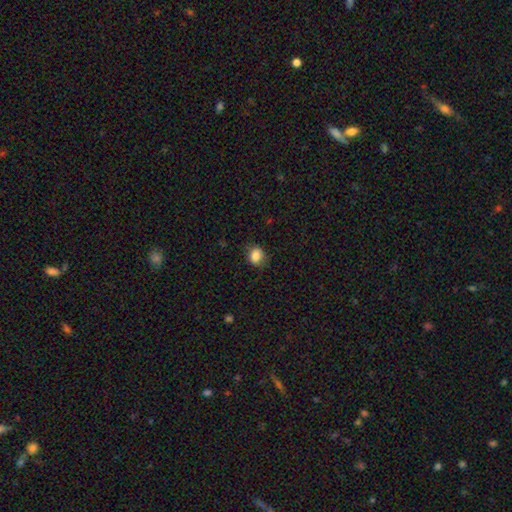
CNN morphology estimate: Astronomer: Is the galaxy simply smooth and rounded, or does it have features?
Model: smooth — 85%.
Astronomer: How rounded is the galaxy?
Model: in between — 50% (runner-up: round, 49%).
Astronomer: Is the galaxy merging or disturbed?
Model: none — 74%.